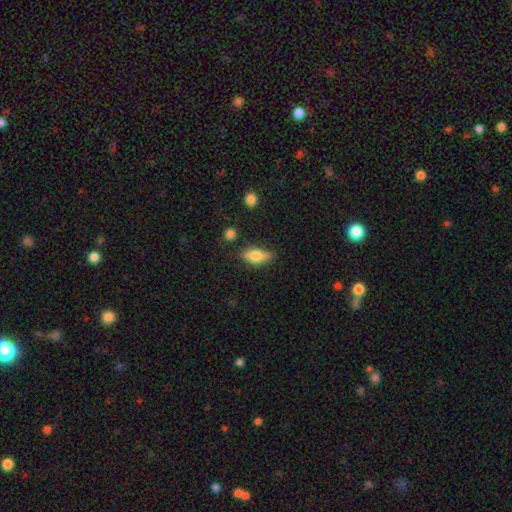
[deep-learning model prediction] smooth_or_featured: smooth (p=0.76) [alt: featured or disk p=0.17]
how_rounded: in between (p=0.74) [alt: cigar-shaped p=0.23]
merging: none (p=0.73) [alt: minor disturbance p=0.19]